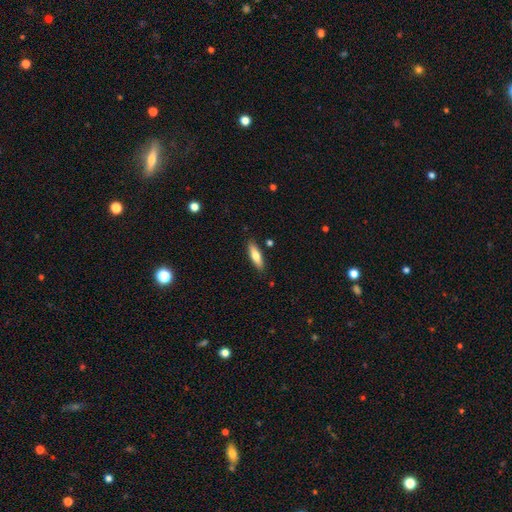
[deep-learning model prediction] Smooth or featured? Predicted: smooth (p=0.69). How rounded? Predicted: cigar-shaped (p=0.59). Merging? Predicted: none (p=0.86).